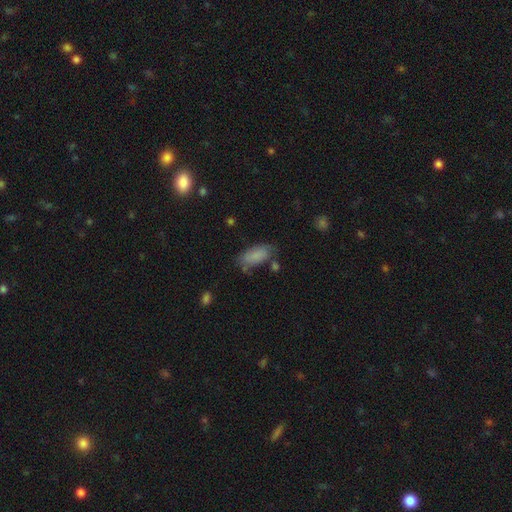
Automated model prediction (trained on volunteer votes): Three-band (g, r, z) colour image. It shows a smooth galaxy with no disk features (82%) that is in between round and cigar-shaped (89%). Merging: none (57%).